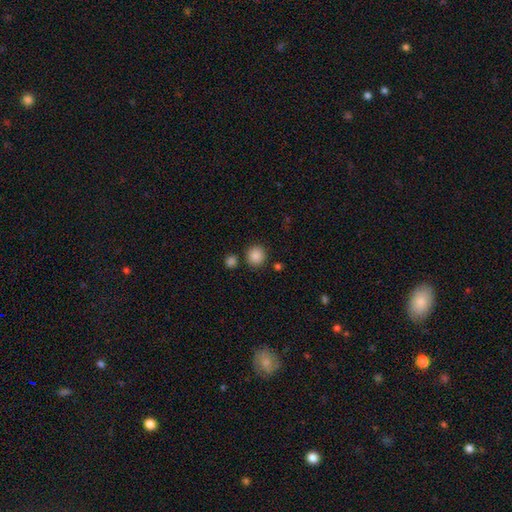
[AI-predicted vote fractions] The model was most divided on "merging": none: 84%, minor disturbance: 7%, merger: 6%, major disturbance: 2%. More confident: how rounded — round (92%); smooth or featured — smooth (87%).